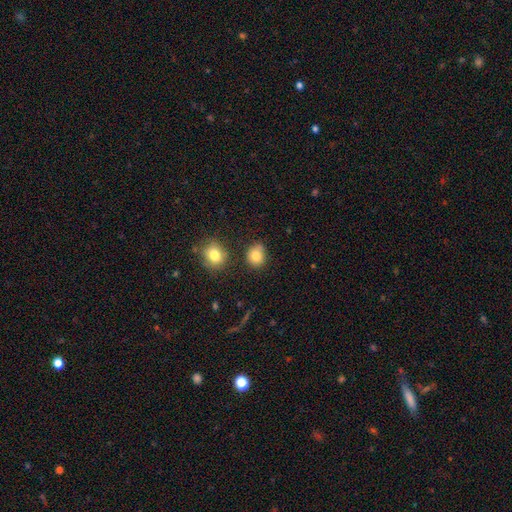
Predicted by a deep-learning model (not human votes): This is clearly a smooth galaxy (82%). How rounded: likely round (71%). Merging: likely none (76%).